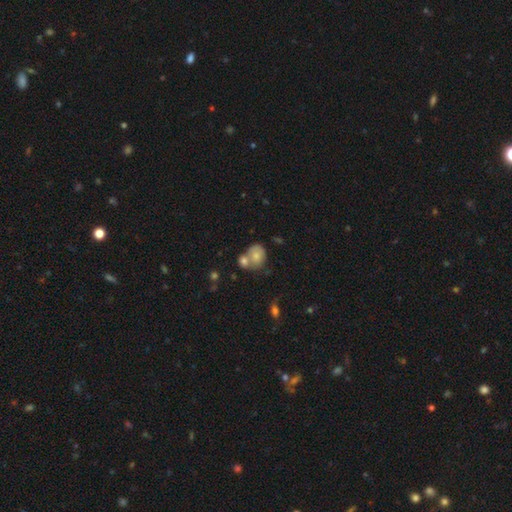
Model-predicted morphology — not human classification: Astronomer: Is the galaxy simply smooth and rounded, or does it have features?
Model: smooth — 72%.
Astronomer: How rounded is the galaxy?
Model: round — 54% (runner-up: in between, 45%).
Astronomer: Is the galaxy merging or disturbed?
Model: merger — 52% (runner-up: none, 29%).